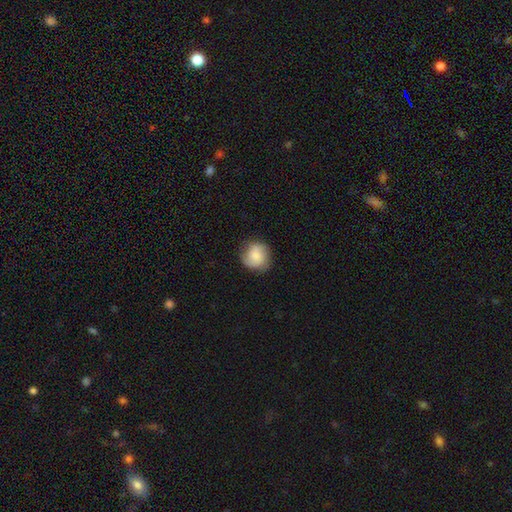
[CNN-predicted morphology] This appears to be a smooth galaxy with no disk features (69%) that is round (85%). Merging: none (76%).